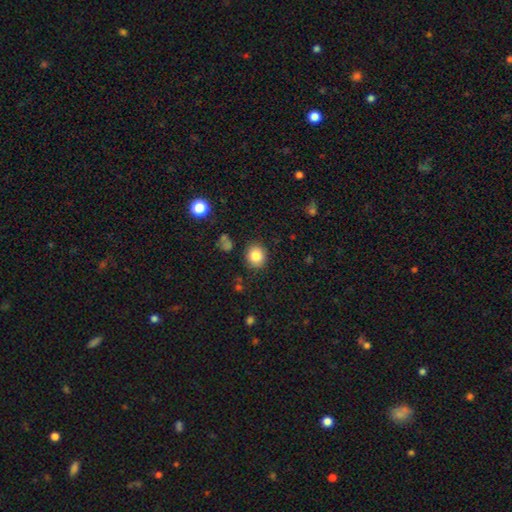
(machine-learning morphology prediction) smooth 82%, star or artifact 11%, featured or disk 7%. Down the decision tree: how rounded — round (81%); merging — none (88%).